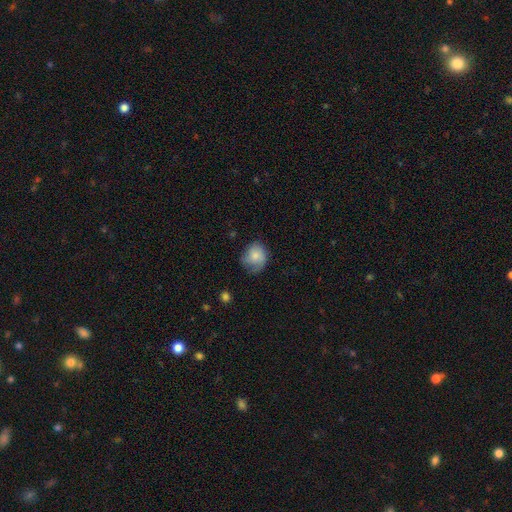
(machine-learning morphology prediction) smooth-or-featured: smooth: 74% | featured or disk: 19% | star or artifact: 8%
  how-rounded: round: 69% | in between: 30% | cigar-shaped: 1%
  merging: none: 58% | minor disturbance: 30% | major disturbance: 11% | merger: 1%